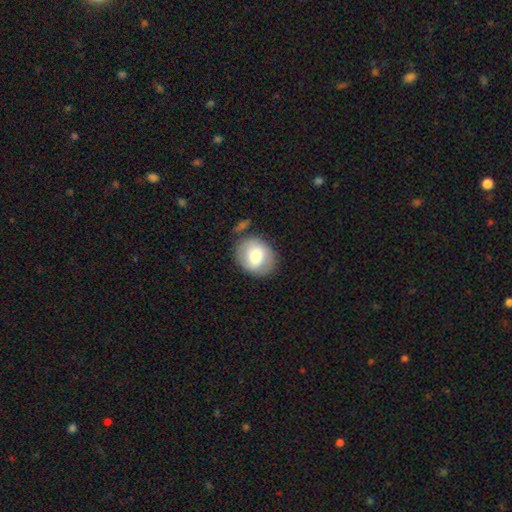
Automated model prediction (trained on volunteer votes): Morphology: type=smooth (69%); roundness=round (68%); merging=none (74%).